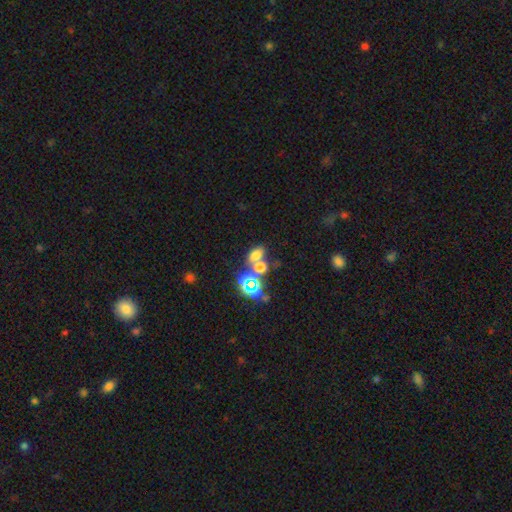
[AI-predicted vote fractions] Overall: smooth (64%; star or artifact 26%). How rounded: in between (68%; round 30%). Merging: none (45%; merger 40%).